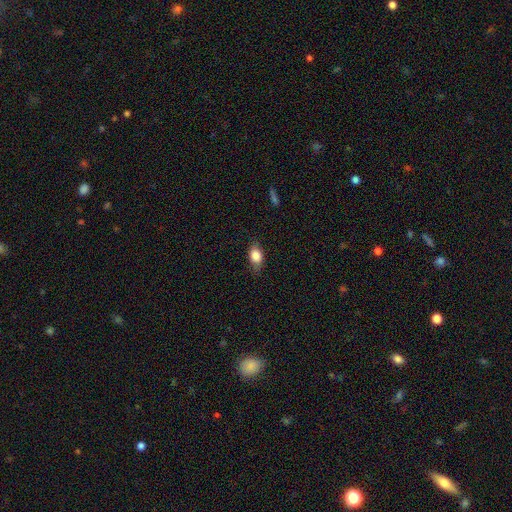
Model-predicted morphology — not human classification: Smooth or featured? Predicted: smooth (p=0.83). How rounded? Predicted: in between (p=0.79). Merging? Predicted: none (p=0.73).